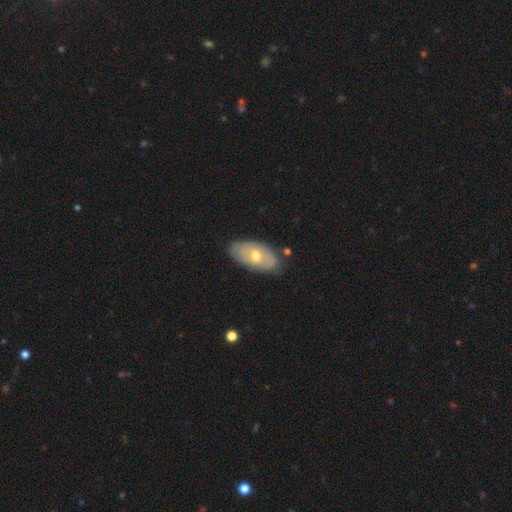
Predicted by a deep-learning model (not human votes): Q: Smooth or featured?
A: smooth (51%); runner-up: featured or disk (43%)
Q: How rounded?
A: in between (92%); runner-up: round (4%)
Q: Merging?
A: none (75%); runner-up: minor disturbance (19%)